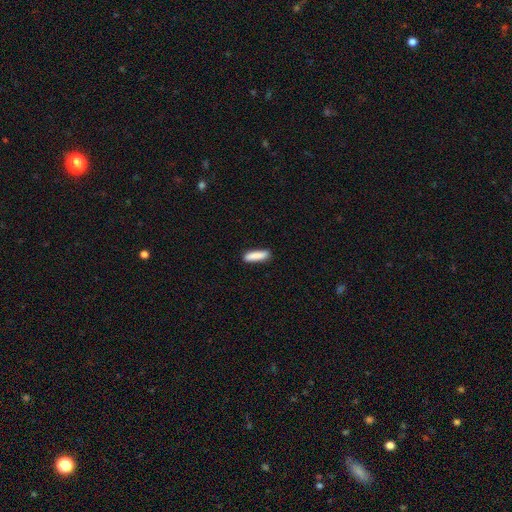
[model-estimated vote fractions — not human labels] Smooth or featured?
  - smooth: 88% *
  - star or artifact: 6%
  - featured or disk: 6%
How rounded?
  - cigar-shaped: 69% *
  - in between: 30%
  - round: 1%
Merging?
  - none: 86% *
  - minor disturbance: 10%
  - major disturbance: 2%
  - merger: 1%